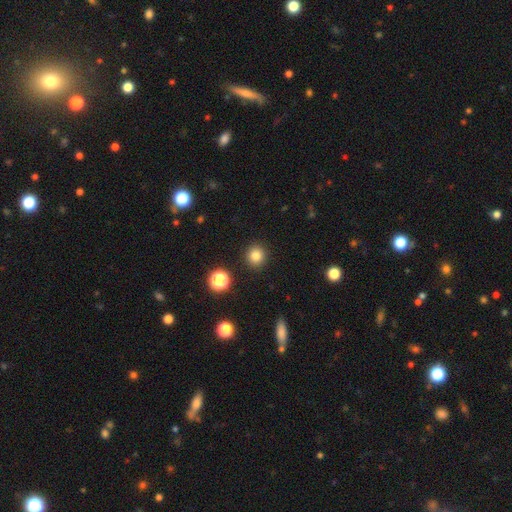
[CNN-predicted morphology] Smooth or featured? Predicted: smooth (p=0.82). How rounded? Predicted: round (p=0.93). Merging? Predicted: none (p=0.91).